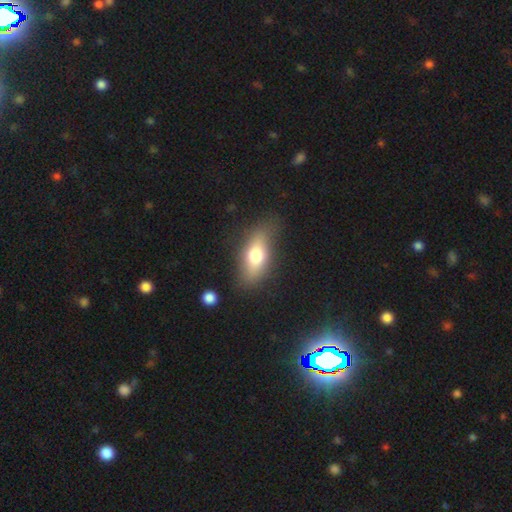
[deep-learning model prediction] Smooth or featured? Predicted: smooth (p=0.66). How rounded? Predicted: in between (p=0.76). Merging? Predicted: none (p=0.71).